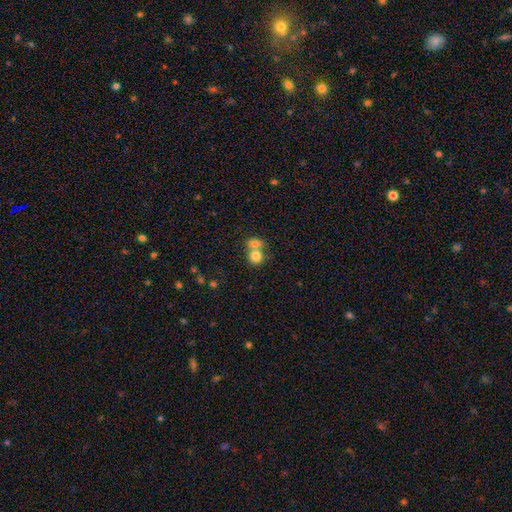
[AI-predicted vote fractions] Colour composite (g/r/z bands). It shows a smooth galaxy with no disk features (79%) that is round (74%). Merging: merger (60%).